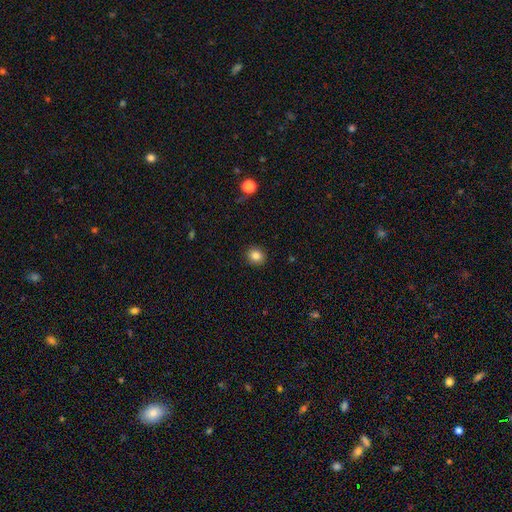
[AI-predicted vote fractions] Smooth or featured?
  - smooth: 83% *
  - star or artifact: 11%
  - featured or disk: 6%
How rounded?
  - round: 82% *
  - in between: 17%
  - cigar-shaped: 1%
Merging?
  - none: 91% *
  - minor disturbance: 6%
  - major disturbance: 2%
  - merger: 1%